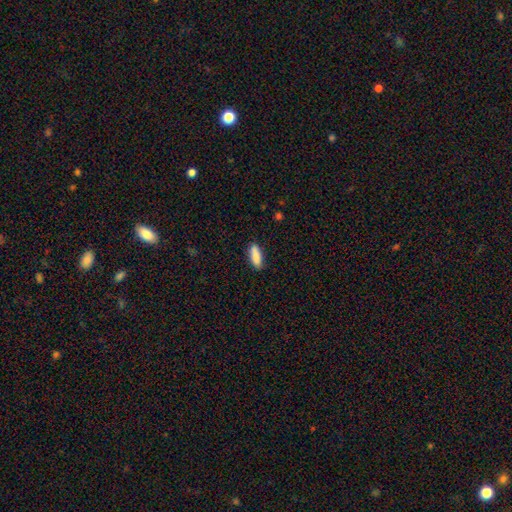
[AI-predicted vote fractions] A smooth galaxy with no disk features (88%) that is in between round and cigar-shaped (63%). Merging: none (85%).